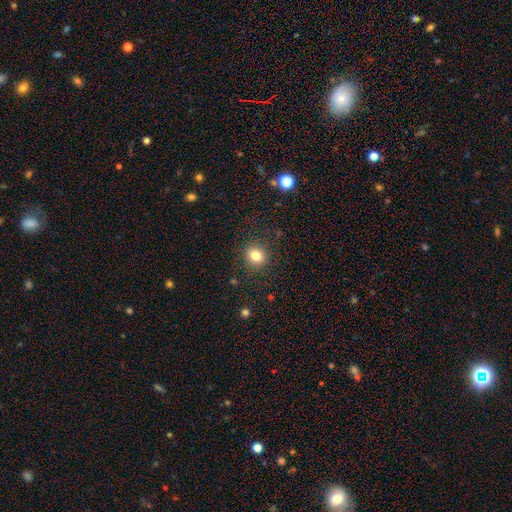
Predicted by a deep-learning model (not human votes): Smooth or featured? smooth (81%)
How rounded? round (82%)
Merging? none (88%)